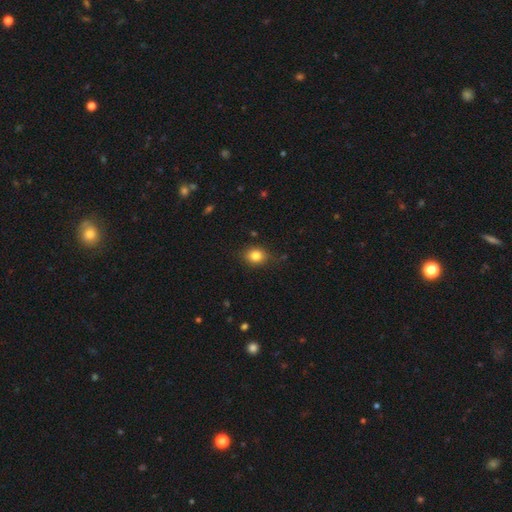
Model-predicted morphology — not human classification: smooth-or-featured: smooth: 82% | star or artifact: 11% | featured or disk: 7%
  how-rounded: round: 57% | in between: 41% | cigar-shaped: 1%
  merging: none: 82% | minor disturbance: 14% | major disturbance: 3% | merger: 1%